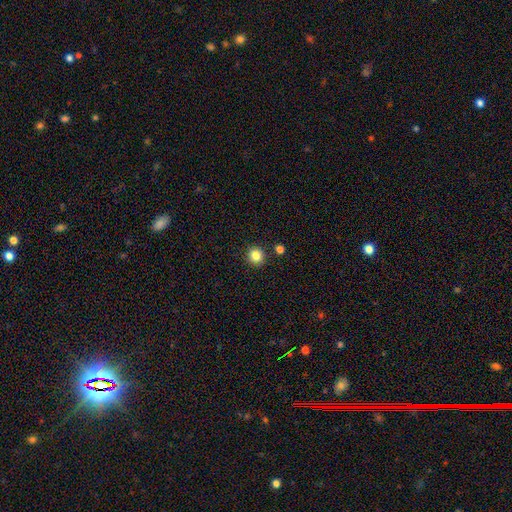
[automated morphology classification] A smooth galaxy with no disk features (84%) that is round (93%). Merging: none (89%).